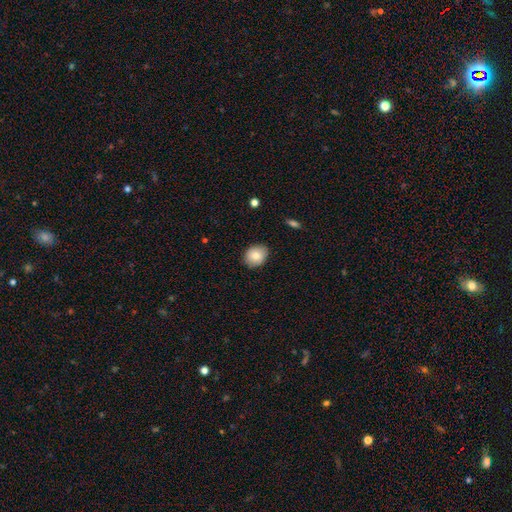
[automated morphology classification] Smooth or featured: smooth — 81% (featured or disk — 11%)
How rounded: round — 51% (in between — 48%)
Merging: none — 85% (minor disturbance — 11%)